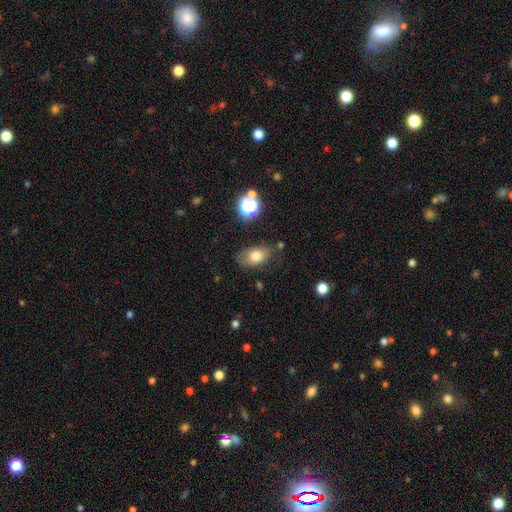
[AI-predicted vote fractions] This is likely a smooth galaxy (73%). How rounded: clearly in between (87%). Merging: likely none (69%).